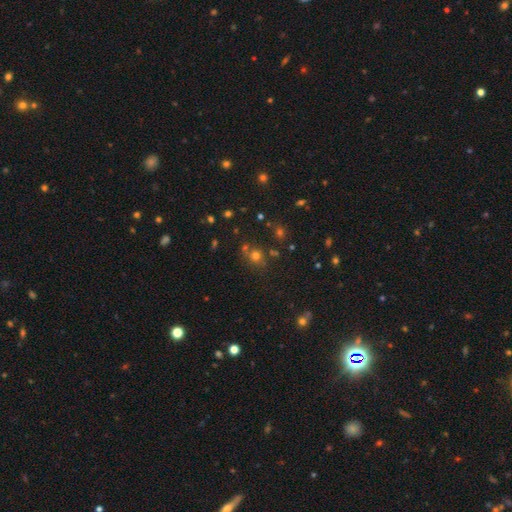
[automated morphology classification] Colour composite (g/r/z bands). It shows a smooth galaxy with no disk features (64%) that is round (85%). Merging: none (68%).